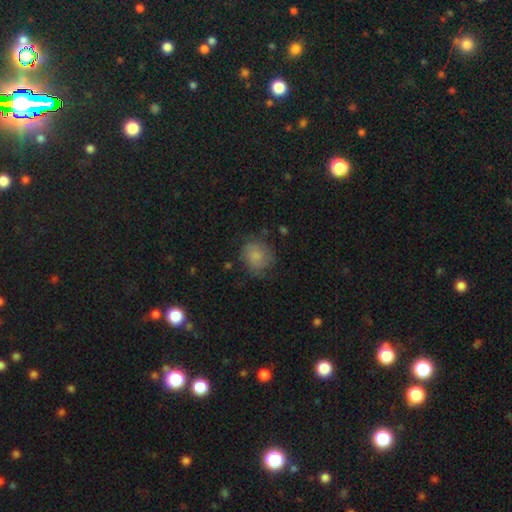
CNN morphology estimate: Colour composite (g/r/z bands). It shows a smooth galaxy with no disk features (75%) that is round (73%). Merging: none (65%).